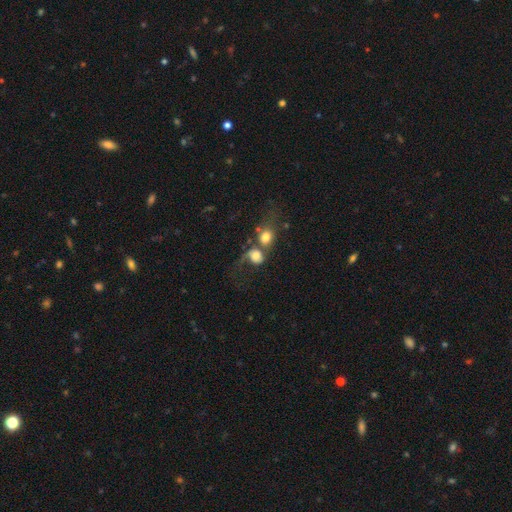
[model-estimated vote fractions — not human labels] Morphology: type=smooth (67%); roundness=round (67%); merging=merger (59%).